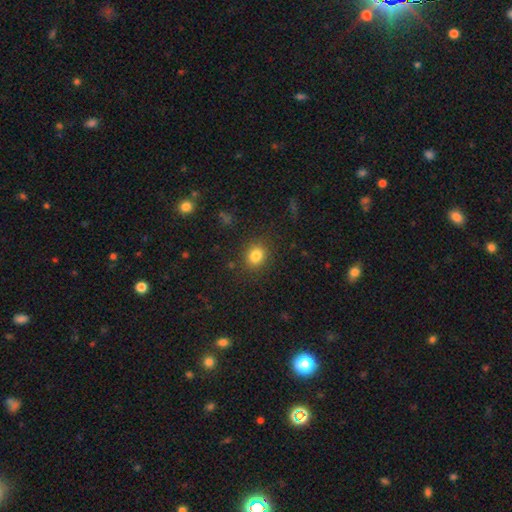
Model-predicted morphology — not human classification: type=smooth (83%); roundness=round (67%); merging=none (87%).